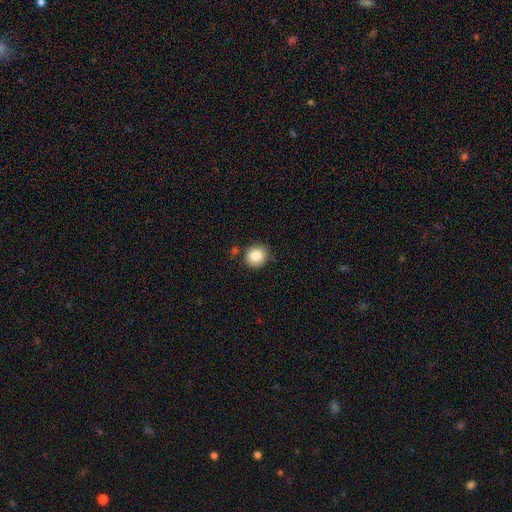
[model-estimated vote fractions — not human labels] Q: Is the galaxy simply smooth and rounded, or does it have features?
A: smooth — 85%.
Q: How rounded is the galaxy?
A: round — 83%.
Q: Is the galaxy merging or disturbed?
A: none — 82%.